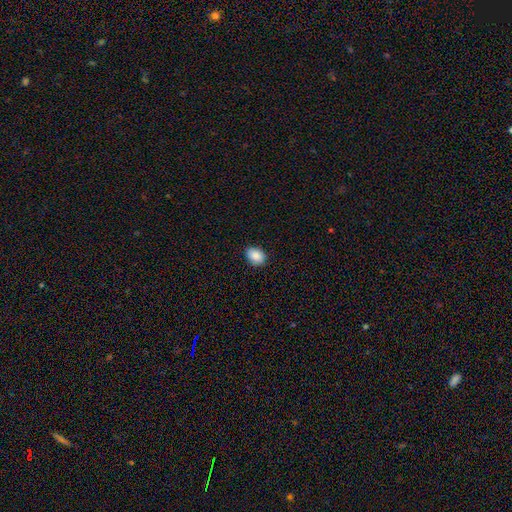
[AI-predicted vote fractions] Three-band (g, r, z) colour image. It shows a smooth galaxy with no disk features (88%) that is in between round and cigar-shaped (73%). Merging: none (88%).